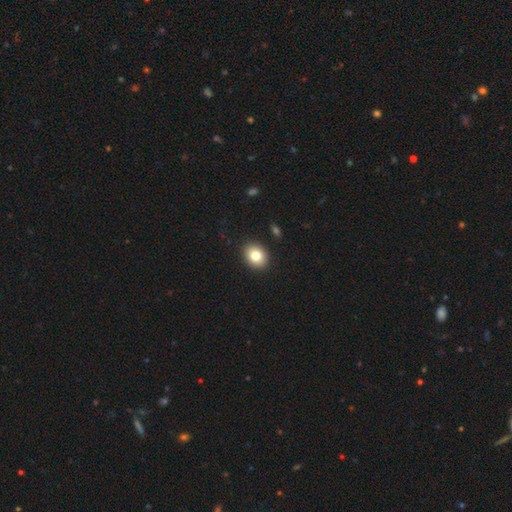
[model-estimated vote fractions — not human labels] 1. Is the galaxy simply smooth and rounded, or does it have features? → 81% smooth, 10% featured or disk, 9% star or artifact.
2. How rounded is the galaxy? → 51% in between, 48% round, 1% cigar-shaped.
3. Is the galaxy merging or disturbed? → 91% none, 6% minor disturbance, 2% major disturbance, 1% merger.